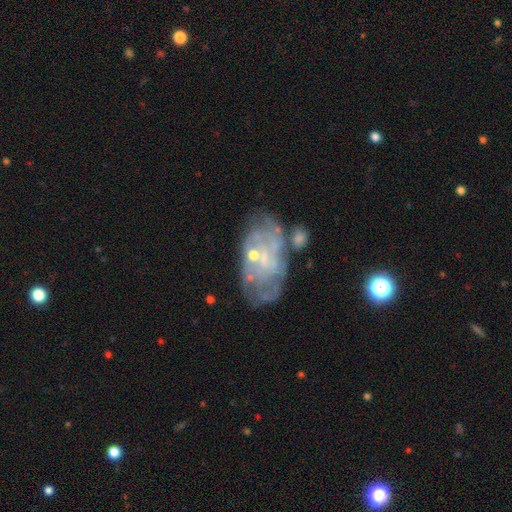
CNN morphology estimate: Smooth or featured? Predicted: featured or disk (p=0.71). Edge-on disk? Predicted: no (p=0.96). Bar? Predicted: no (p=0.67). Spiral arms? Predicted: yes (p=0.53). Bulge size? Predicted: small (p=0.58). Merging? Predicted: none (p=0.47).